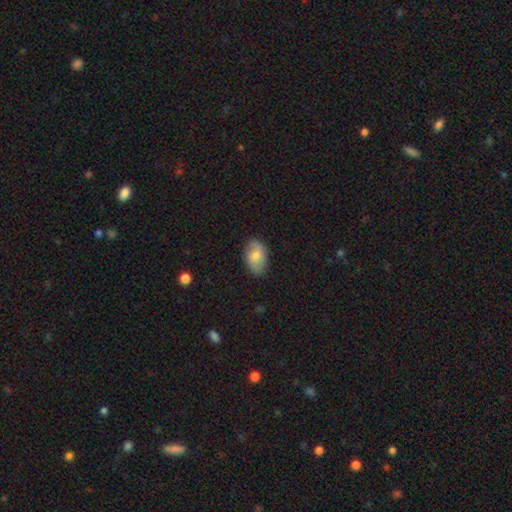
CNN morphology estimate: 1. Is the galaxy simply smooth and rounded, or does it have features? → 66% smooth, 27% featured or disk, 7% star or artifact.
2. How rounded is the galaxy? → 89% in between, 10% round, 2% cigar-shaped.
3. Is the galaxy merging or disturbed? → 80% none, 16% minor disturbance, 3% major disturbance, 1% merger.